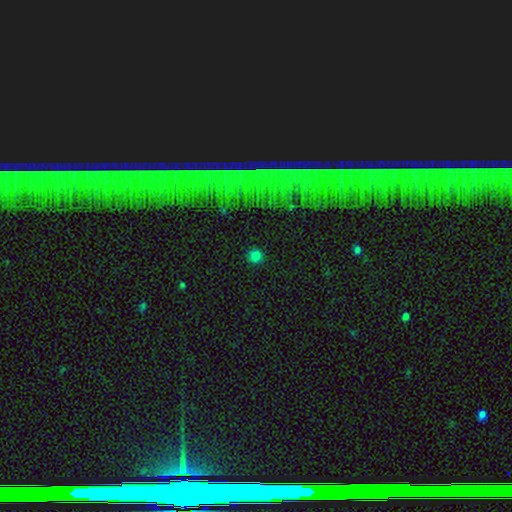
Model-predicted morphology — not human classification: Smooth or featured?
  - smooth: 79% *
  - star or artifact: 16%
  - featured or disk: 5%
How rounded?
  - round: 94% *
  - in between: 5%
  - cigar-shaped: 1%
Merging?
  - none: 91% *
  - minor disturbance: 5%
  - major disturbance: 2%
  - merger: 1%